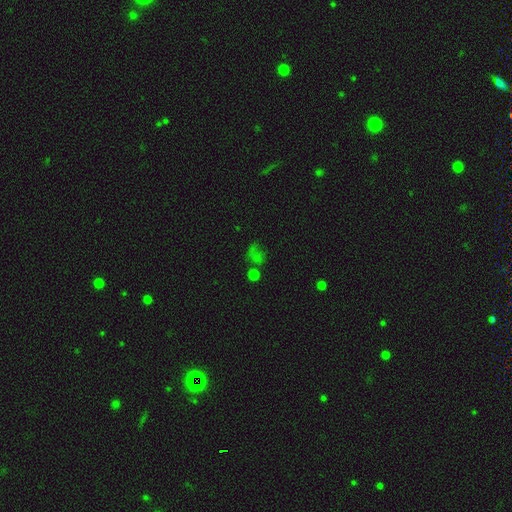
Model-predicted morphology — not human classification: This appears to be a smooth galaxy with no disk features (51%) that is round (63%). Merging: none (46%).